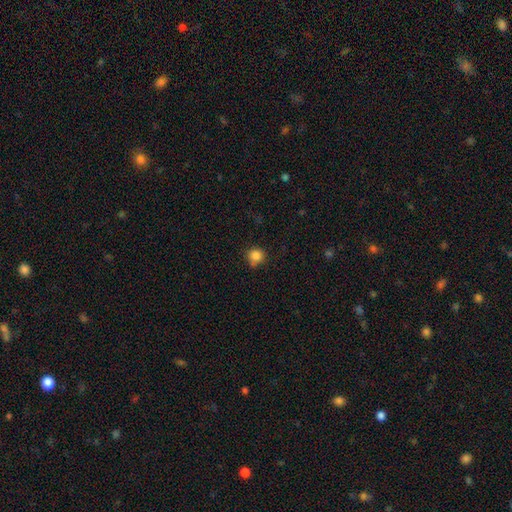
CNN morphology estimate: Q: Smooth or featured?
A: smooth (85%); runner-up: star or artifact (11%)
Q: How rounded?
A: round (91%); runner-up: in between (8%)
Q: Merging?
A: none (76%); runner-up: minor disturbance (16%)